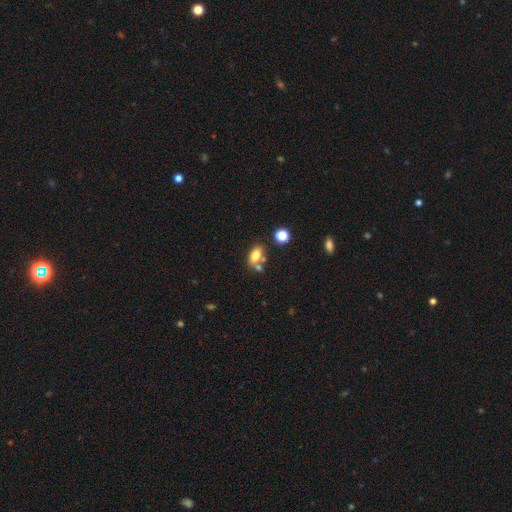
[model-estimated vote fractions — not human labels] This is likely a smooth galaxy (77%). How rounded: clearly in between (83%). Merging: possibly none (58%).